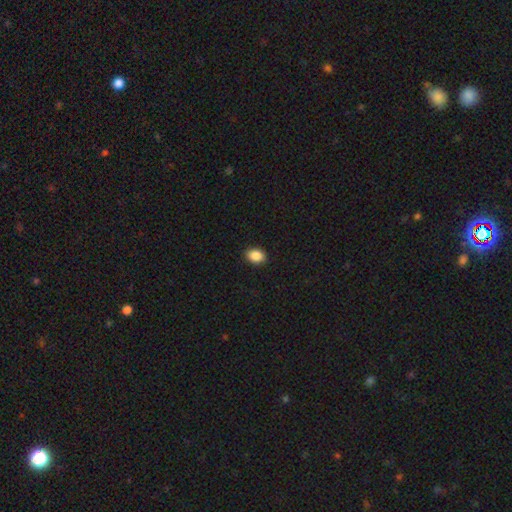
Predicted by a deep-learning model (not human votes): A smooth galaxy with no disk features (89%) that is in between round and cigar-shaped (73%).

Vote fractions:
- Smooth or featured? smooth: 89% / star or artifact: 8% / featured or disk: 3%
- How rounded? in between: 73% / round: 26% / cigar-shaped: 1%
- Merging? none: 90% / minor disturbance: 7% / major disturbance: 2% / merger: 1%